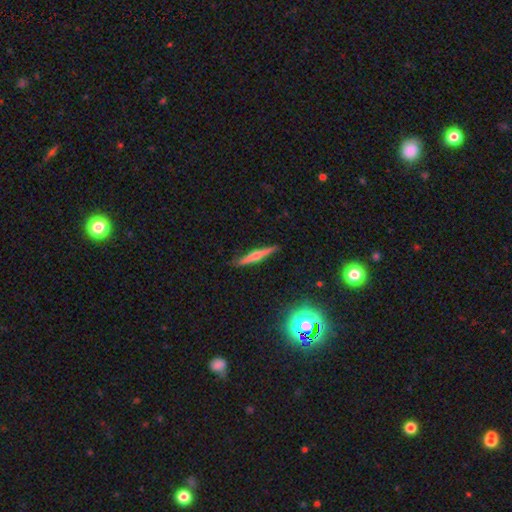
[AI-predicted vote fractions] Morphology: type=featured or disk (62%); edge-on=yes (97%); edge-on bulge=rounded (83%); merging=none (89%).